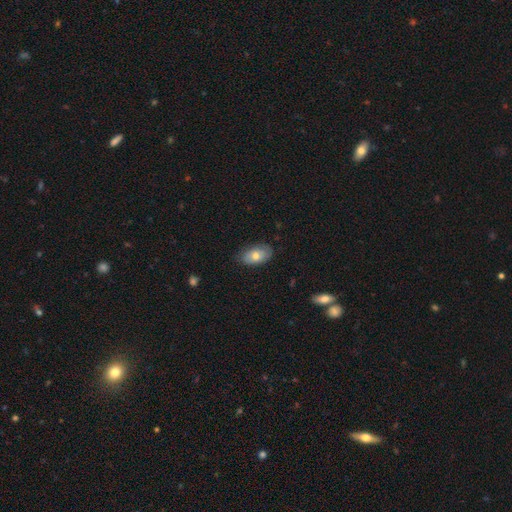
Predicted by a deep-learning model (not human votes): This is likely a smooth galaxy (68%). How rounded: clearly in between (92%). Merging: likely none (77%).